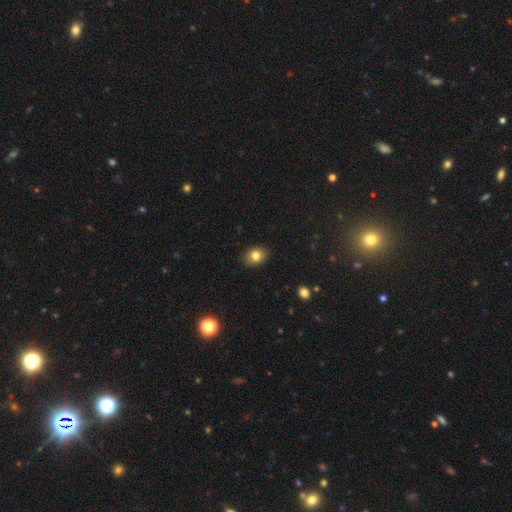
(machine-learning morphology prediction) A smooth galaxy with no disk features (80%) that is in between round and cigar-shaped (64%). Merging: none (87%).